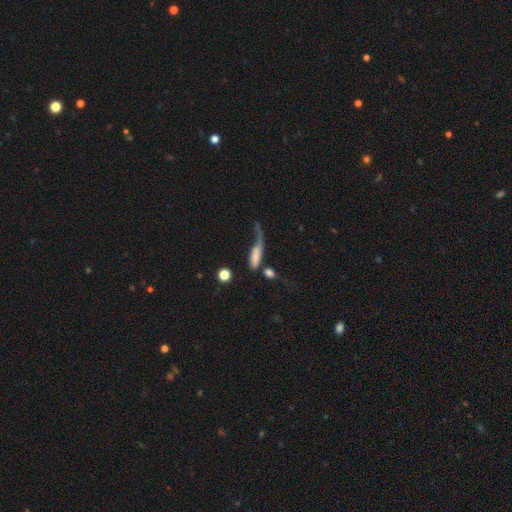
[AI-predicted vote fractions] A smooth galaxy with no disk features (66%) that is in between round and cigar-shaped (52%).

Vote fractions:
- Smooth or featured? smooth: 66% / featured or disk: 25% / star or artifact: 9%
- How rounded? in between: 52% / cigar-shaped: 42% / round: 6%
- Merging? major disturbance: 43% / none: 21% / minor disturbance: 18% / merger: 17%